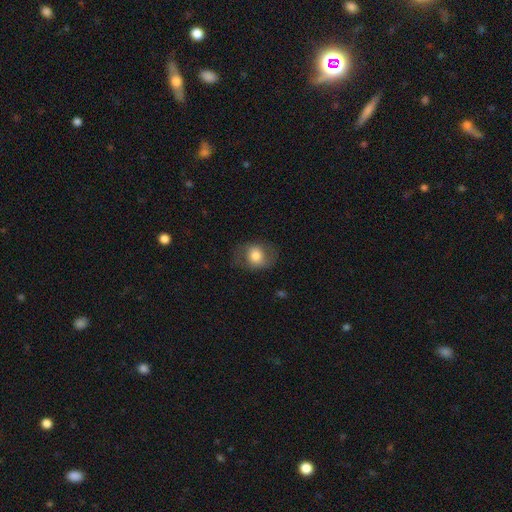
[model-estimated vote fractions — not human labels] smooth 69%, featured or disk 23%, star or artifact 8%. Down the decision tree: how rounded — round (51%); merging — none (72%).